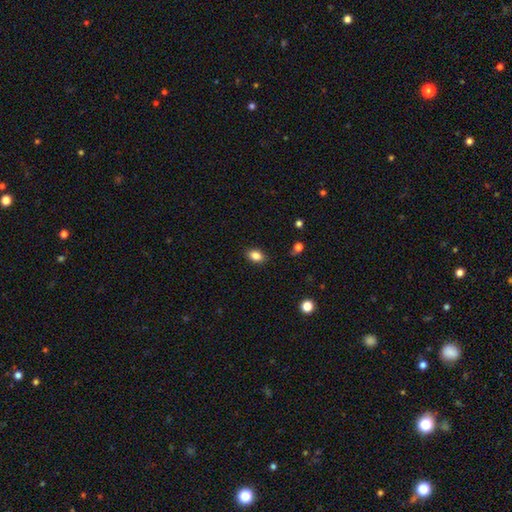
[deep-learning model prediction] This is clearly a smooth galaxy (84%). How rounded: clearly in between (81%). Merging: clearly none (86%).